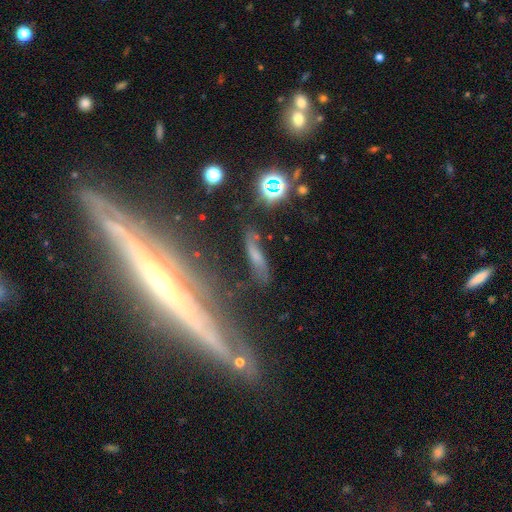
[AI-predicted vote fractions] Smooth or featured?
  - featured or disk: 44% *
  - smooth: 38%
  - star or artifact: 18%
Merging?
  - none: 66% *
  - minor disturbance: 20%
  - major disturbance: 8%
  - merger: 5%